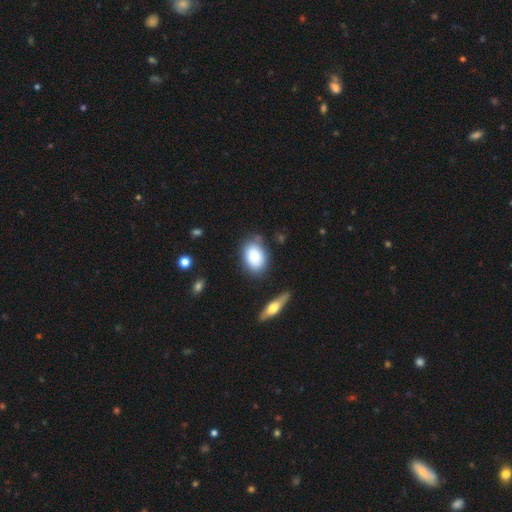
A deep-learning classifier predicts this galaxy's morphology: A smooth galaxy with no disk features (84%) that is in between round and cigar-shaped (86%). Merging: none (72%).